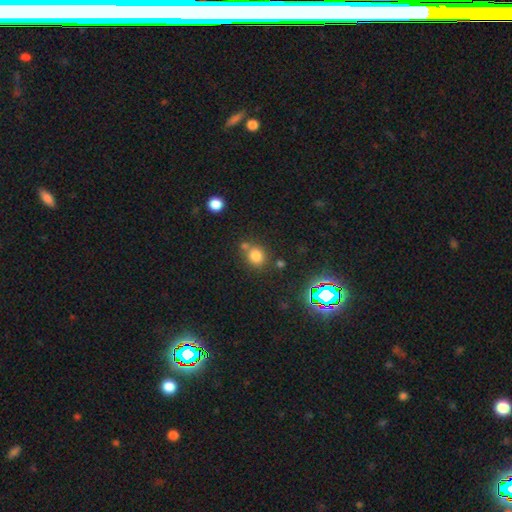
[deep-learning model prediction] Q: Smooth or featured?
A: smooth (77%); runner-up: star or artifact (16%)
Q: How rounded?
A: round (79%); runner-up: in between (20%)
Q: Merging?
A: none (63%); runner-up: merger (21%)